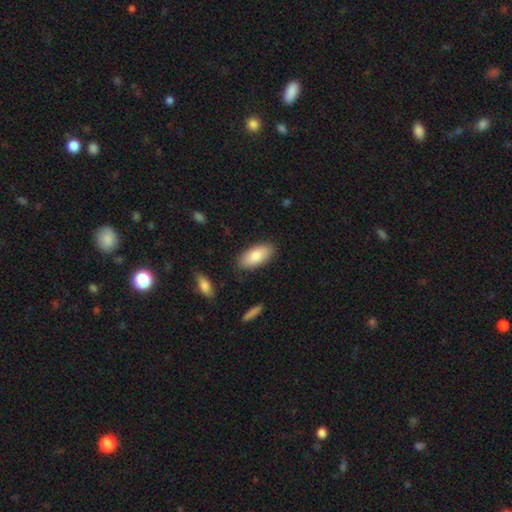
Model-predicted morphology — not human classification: Overall: smooth (84%). How rounded: in between (91%). Merging: none (86%).